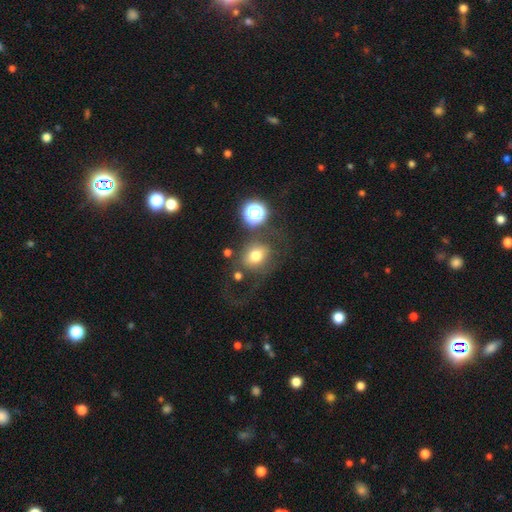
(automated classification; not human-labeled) smooth_or_featured: smooth (p=0.69) [alt: featured or disk p=0.16]
how_rounded: round (p=0.59) [alt: in between p=0.40]
merging: none (p=0.56) [alt: major disturbance p=0.19]